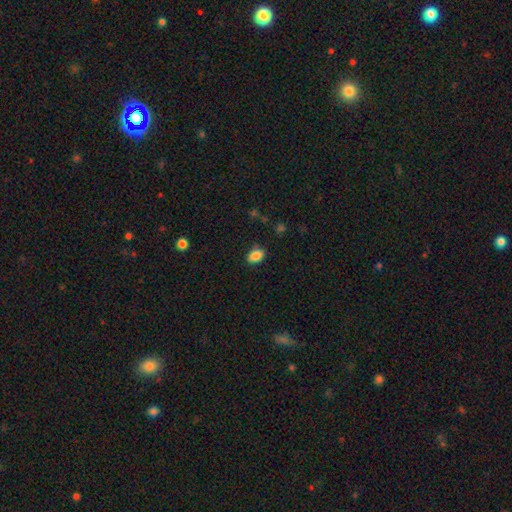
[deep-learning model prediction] smooth 87%, star or artifact 9%, featured or disk 4%. Down the decision tree: how rounded — in between (86%); merging — none (82%).